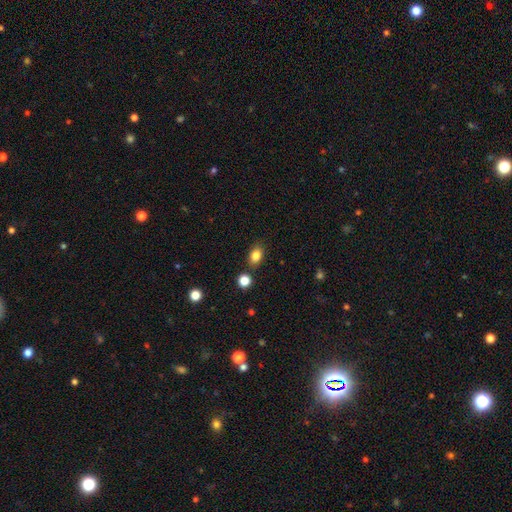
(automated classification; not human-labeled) smooth 84%, star or artifact 10%, featured or disk 6%. Down the decision tree: how rounded — in between (74%); merging — none (79%).